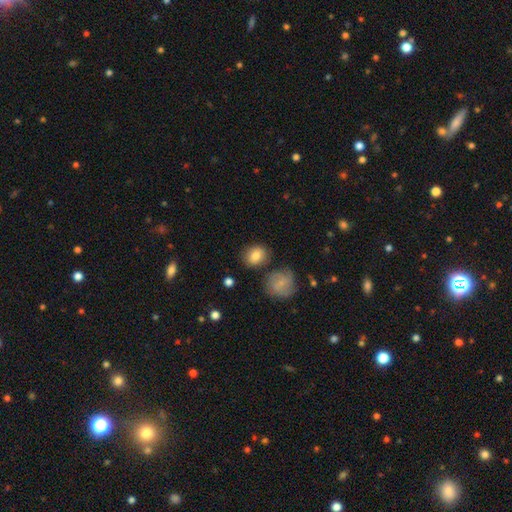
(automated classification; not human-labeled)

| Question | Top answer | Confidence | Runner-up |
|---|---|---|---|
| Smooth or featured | smooth | 79% | featured or disk (13%) |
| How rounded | round | 70% | in between (29%) |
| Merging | none | 79% | minor disturbance (12%) |